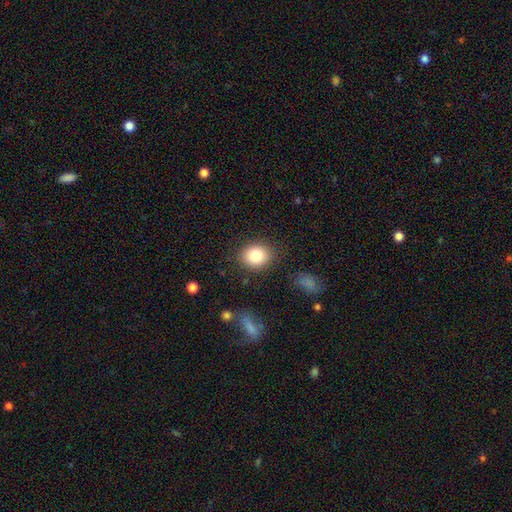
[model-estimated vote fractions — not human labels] smooth-or-featured: smooth: 83% | star or artifact: 9% | featured or disk: 8%
  how-rounded: round: 61% | in between: 38% | cigar-shaped: 1%
  merging: none: 85% | minor disturbance: 10% | major disturbance: 3% | merger: 2%